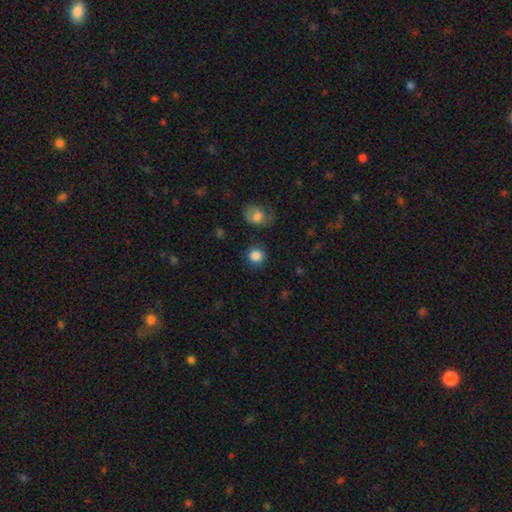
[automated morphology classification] A smooth galaxy with no disk features (86%) that is round (90%).

Vote fractions:
- Smooth or featured? smooth: 86% / star or artifact: 10% / featured or disk: 5%
- How rounded? round: 90% / in between: 9% / cigar-shaped: 1%
- Merging? none: 84% / minor disturbance: 9% / major disturbance: 3% / merger: 3%